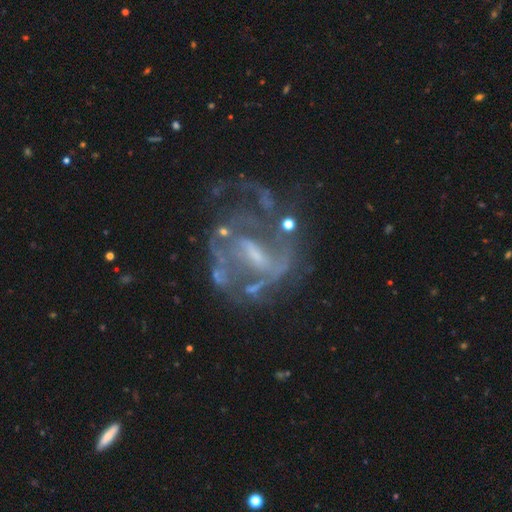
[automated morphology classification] A featured or disk galaxy (84%) with a weak bar (45%), 2 (38%) medium (44%) spiral arms (77%) and a small central bulge (48%).

Vote fractions:
- Smooth or featured? featured or disk: 84% / star or artifact: 10% / smooth: 6%
- Edge-on disk? no: 97% / yes: 3%
- Bar? weak: 45% / strong: 33% / no: 22%
- Spiral arms? yes: 77% / no: 23%
- Spiral winding? medium: 44% / tight: 31% / loose: 25%
- Spiral arm count? 2: 38% / can't tell: 33% / 3: 12% / 1: 8% / 4: 5% / more than 4: 4%
- Bulge size? small: 48% / moderate: 25% / none: 24% / large: 2% / dominant: 1%
- Merging? none: 44% / major disturbance: 31% / minor disturbance: 18% / merger: 6%